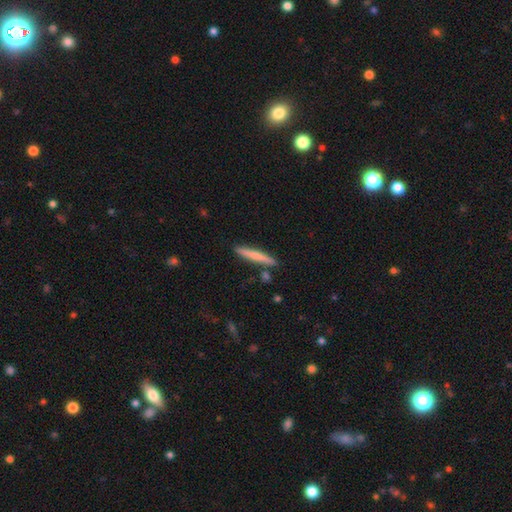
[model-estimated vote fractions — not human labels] A smooth galaxy with no disk features (65%) that is cigar-shaped (95%). Merging: none (86%).